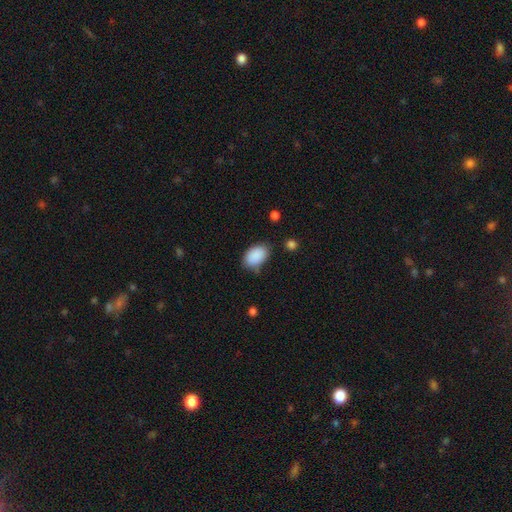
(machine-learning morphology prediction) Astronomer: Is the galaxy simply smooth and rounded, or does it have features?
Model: smooth — 89%.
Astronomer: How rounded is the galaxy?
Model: in between — 91%.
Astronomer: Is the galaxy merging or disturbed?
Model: none — 74%.